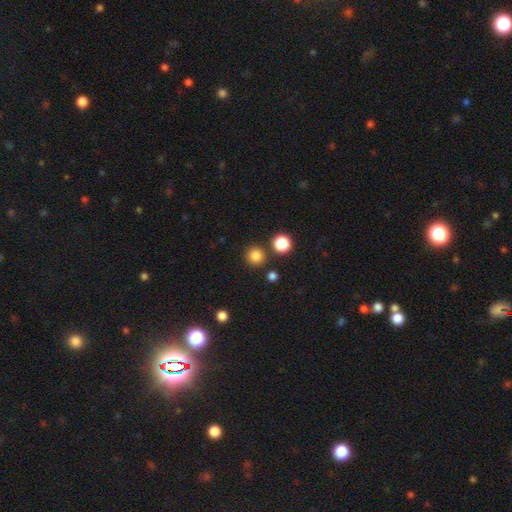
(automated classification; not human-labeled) smooth 83%, star or artifact 13%, featured or disk 4%. Down the decision tree: how rounded — round (94%); merging — none (86%).